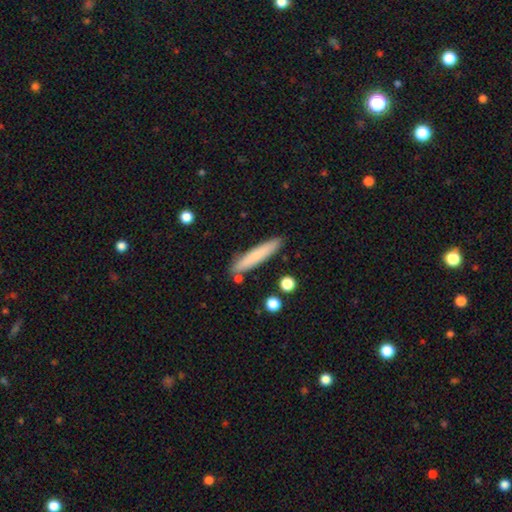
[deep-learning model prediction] This appears to be a smooth galaxy with no disk features (76%) that is cigar-shaped (91%). Merging: none (86%).